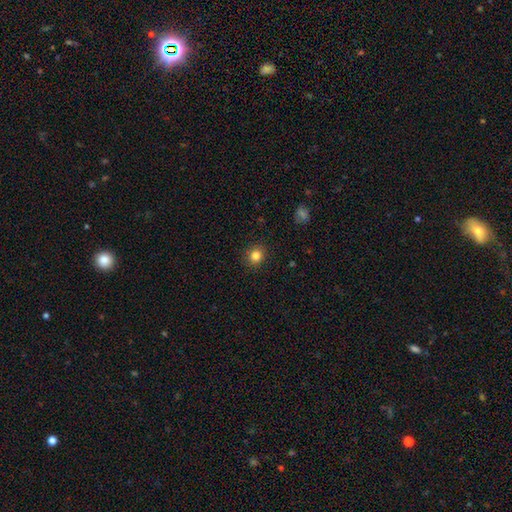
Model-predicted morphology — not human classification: smooth 83%, star or artifact 12%, featured or disk 5%. Down the decision tree: how rounded — round (85%); merging — none (91%).